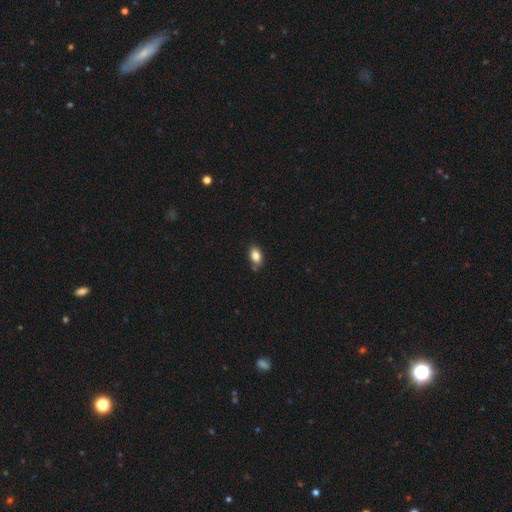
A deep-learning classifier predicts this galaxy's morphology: smooth_or_featured: smooth (p=0.85) [alt: star or artifact p=0.09]
how_rounded: in between (p=0.88) [alt: round p=0.10]
merging: none (p=0.78) [alt: minor disturbance p=0.16]